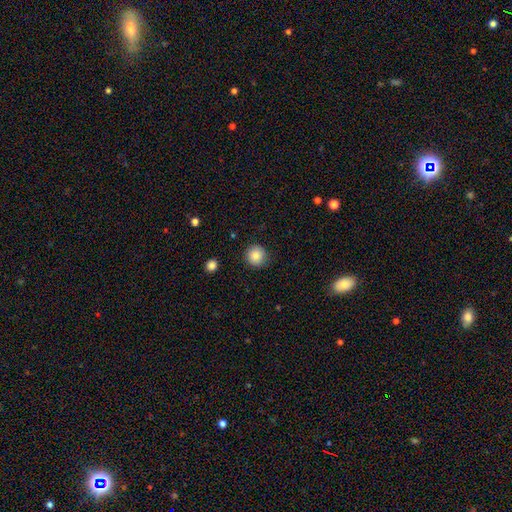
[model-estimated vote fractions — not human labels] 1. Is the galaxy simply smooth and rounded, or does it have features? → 85% smooth, 9% star or artifact, 5% featured or disk.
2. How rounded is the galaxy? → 94% round, 5% in between, 1% cigar-shaped.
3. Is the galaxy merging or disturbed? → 89% none, 8% minor disturbance, 2% major disturbance, 1% merger.